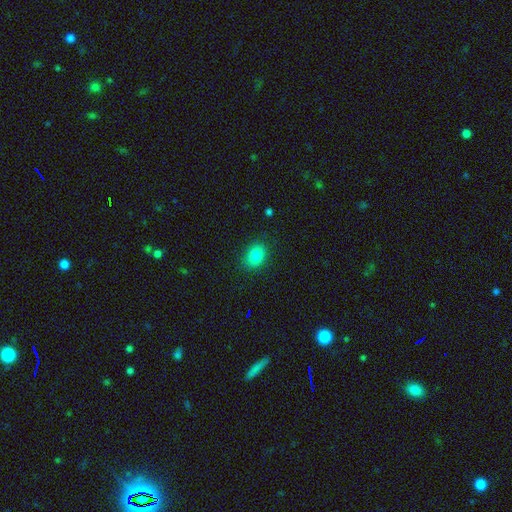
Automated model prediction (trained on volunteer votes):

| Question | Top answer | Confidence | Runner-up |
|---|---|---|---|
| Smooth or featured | smooth | 84% | star or artifact (10%) |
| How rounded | in between | 66% | round (33%) |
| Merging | none | 86% | minor disturbance (10%) |